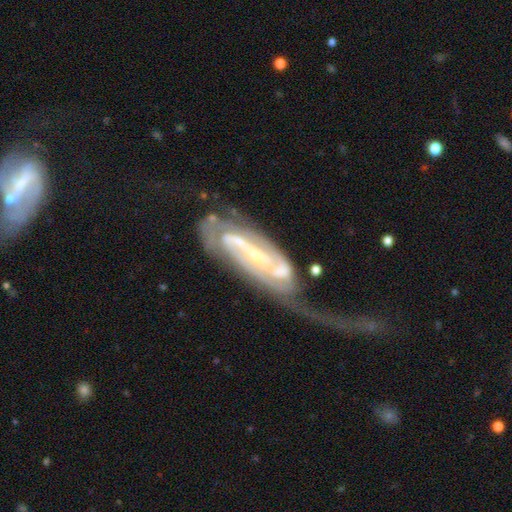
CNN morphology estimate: smooth-or-featured: featured or disk: 87% | smooth: 7% | star or artifact: 5%
  disk-edge-on: no: 91% | yes: 9%
    bar: strong: 52% | weak: 31% | no: 17%
    has-spiral-arms: yes: 94% | no: 6%
      spiral-winding: tight: 40% | medium: 37% | loose: 23%
      spiral-arm-count: 2: 65% | can't tell: 16% | 1: 9% | 3: 5% | 4: 3% | more than 4: 3%
    bulge-size: small: 65% | moderate: 26% | none: 5% | large: 3% | dominant: 1%
  merging: major disturbance: 47% | none: 24% | minor disturbance: 17% | merger: 12%